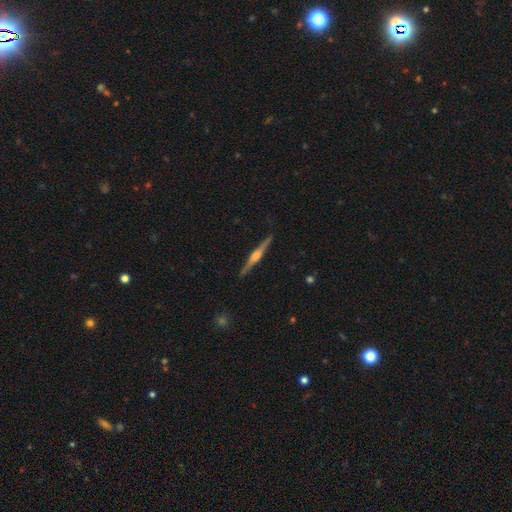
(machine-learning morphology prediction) Smooth or featured? featured or disk (84%)
Edge-on disk? yes (99%)
Edge-on bulge? rounded (81%)
Merging? none (92%)